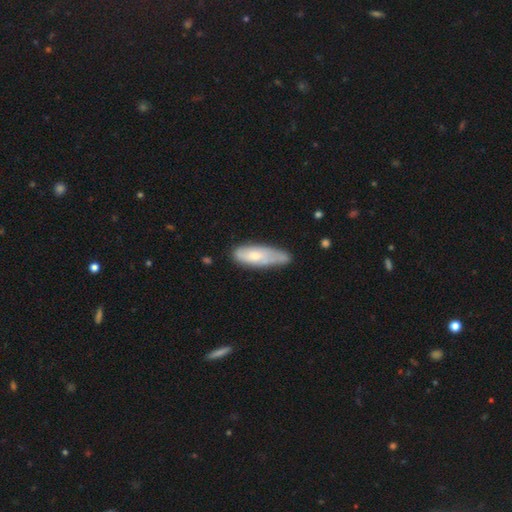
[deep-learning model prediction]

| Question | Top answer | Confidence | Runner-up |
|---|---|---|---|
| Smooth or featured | smooth | 62% | featured or disk (32%) |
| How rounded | in between | 60% | cigar-shaped (38%) |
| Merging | none | 43% | minor disturbance (37%) |